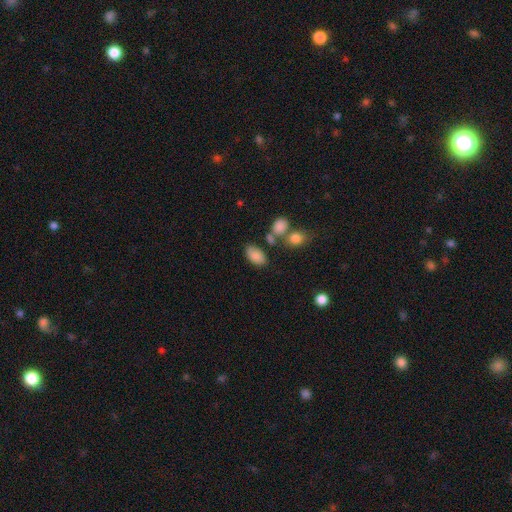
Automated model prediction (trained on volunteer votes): A smooth galaxy with no disk features (85%) that is in between round and cigar-shaped (92%). Merging: none (70%).